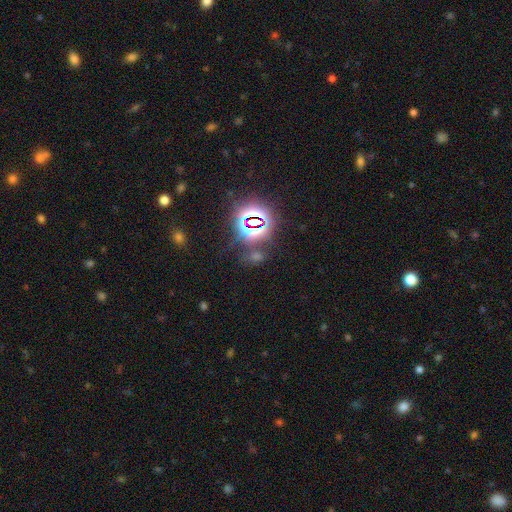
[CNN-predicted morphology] Smooth or featured: star or artifact — 71% (smooth — 21%)